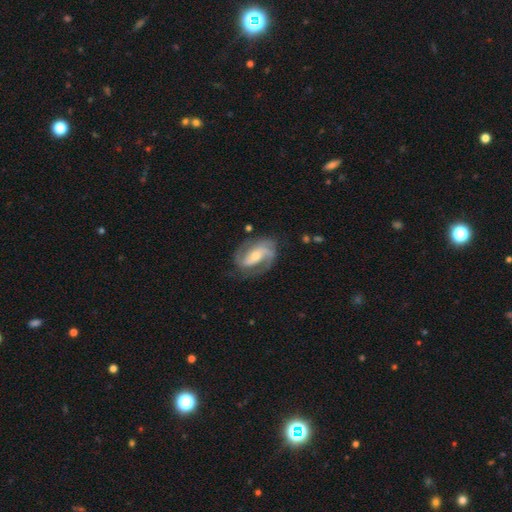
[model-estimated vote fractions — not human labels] featured or disk 87%, smooth 9%, star or artifact 5%. Down the decision tree: edge-on disk — no (97%); bar — weak (37%); spiral arms — yes (96%); spiral arm count — 2 (78%); spiral winding — medium (50%); bulge size — small (48%); merging — none (72%).